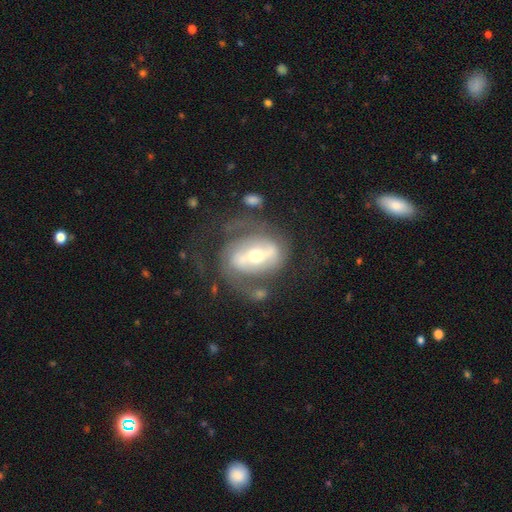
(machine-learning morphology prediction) Smooth or featured? featured or disk (81%)
Edge-on disk? no (95%)
Bar? strong (56%)
Spiral arms? yes (82%)
Spiral winding? medium (43%)
Spiral arm count? 2 (75%)
Bulge size? moderate (53%)
Merging? none (53%)